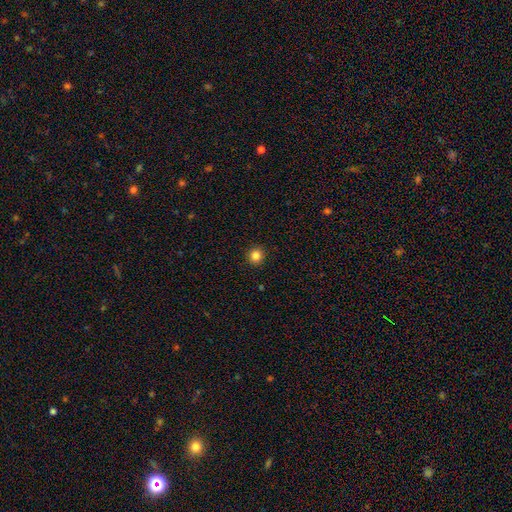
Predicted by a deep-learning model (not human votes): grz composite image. It shows a smooth galaxy with no disk features (84%) that is round (93%). Merging: none (93%).